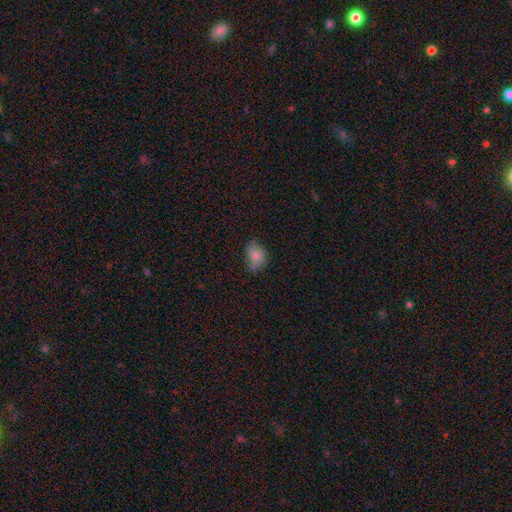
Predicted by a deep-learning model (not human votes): smooth_or_featured: smooth (p=0.78) [alt: featured or disk p=0.13]
how_rounded: in between (p=0.70) [alt: round p=0.28]
merging: none (p=0.59) [alt: minor disturbance p=0.31]